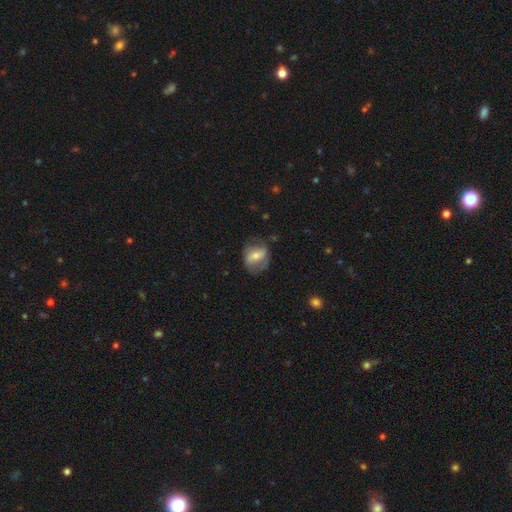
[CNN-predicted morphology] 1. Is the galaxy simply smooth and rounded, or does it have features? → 49% featured or disk, 43% smooth, 7% star or artifact.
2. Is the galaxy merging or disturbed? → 63% none, 23% minor disturbance, 12% major disturbance, 1% merger.